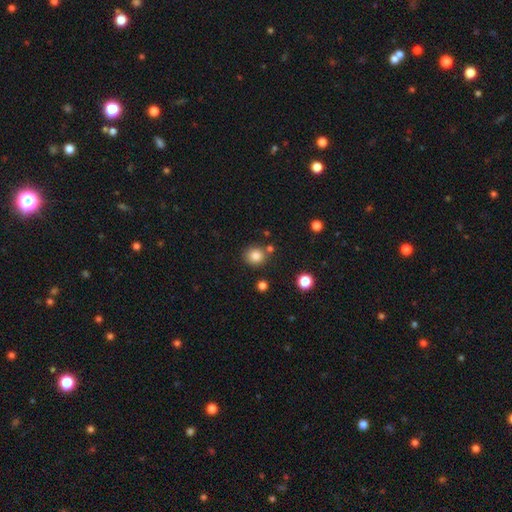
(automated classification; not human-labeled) Overall: smooth (84%). How rounded: round (85%). Merging: none (79%).